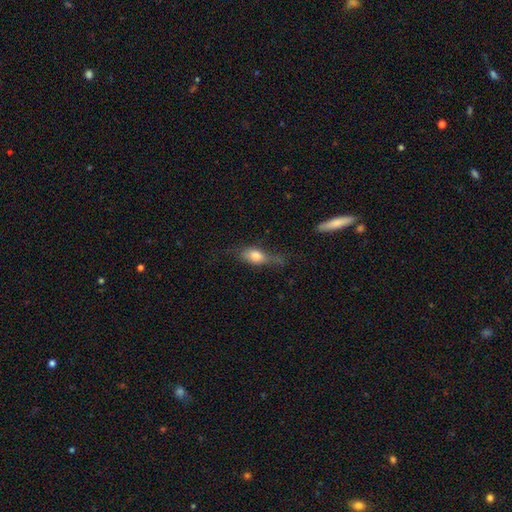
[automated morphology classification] Smooth or featured? Predicted: smooth (p=0.67). How rounded? Predicted: in between (p=0.72). Merging? Predicted: none (p=0.41).